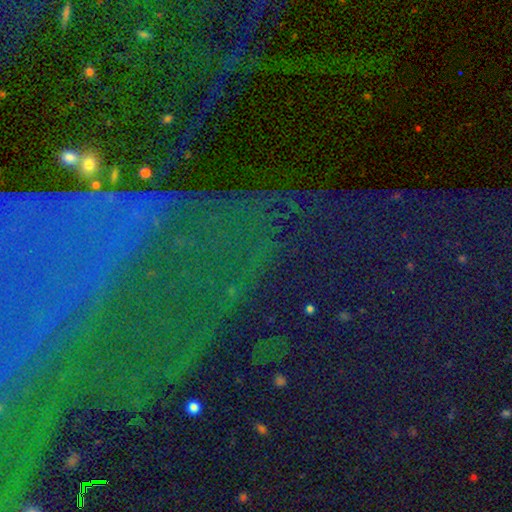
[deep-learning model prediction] Smooth or featured? Predicted: star or artifact (p=0.82).